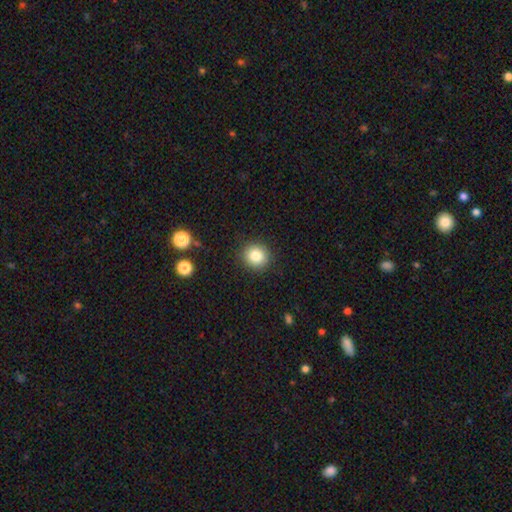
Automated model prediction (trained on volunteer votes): Smooth or featured? smooth (82%)
How rounded? round (90%)
Merging? none (90%)